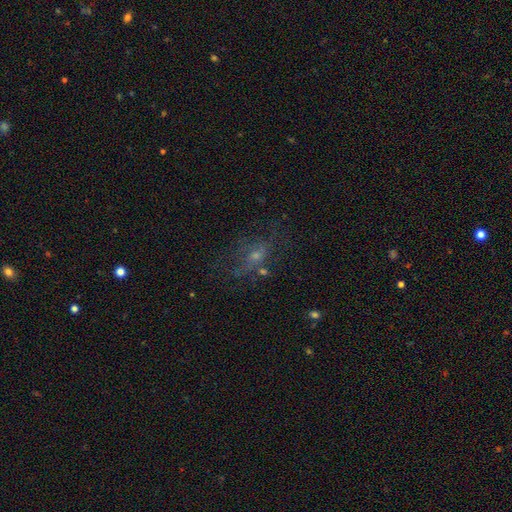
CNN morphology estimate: This appears to be a featured or disk galaxy (41%). Merging: none (46%).